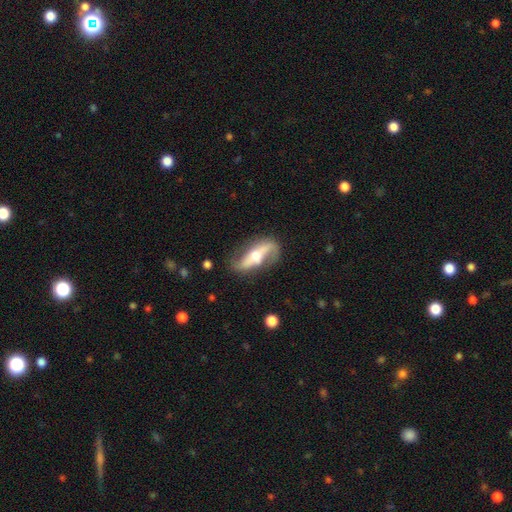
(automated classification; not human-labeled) The model was most divided on "bar": strong: 48%, no: 29%, weak: 23%. More confident: spiral arms — yes (88%); spiral arm count — 2 (85%); edge-on disk — no (82%); smooth or featured — featured or disk (80%); merging — none (70%); spiral winding — loose (69%); bulge size — moderate (63%).